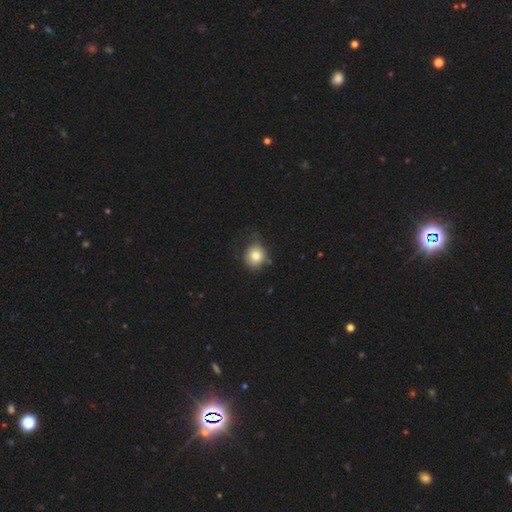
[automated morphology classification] Q: Smooth or featured?
A: smooth (79%); runner-up: featured or disk (11%)
Q: How rounded?
A: round (88%); runner-up: in between (11%)
Q: Merging?
A: none (66%); runner-up: minor disturbance (25%)